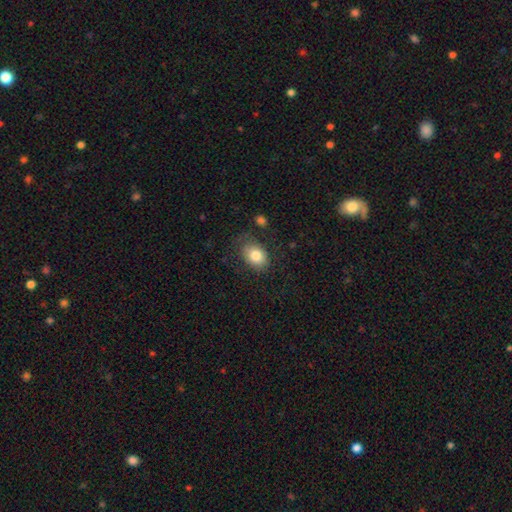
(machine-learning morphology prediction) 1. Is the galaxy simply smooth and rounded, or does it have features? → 81% smooth, 11% featured or disk, 8% star or artifact.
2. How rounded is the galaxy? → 75% in between, 24% round, 1% cigar-shaped.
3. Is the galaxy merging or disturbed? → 70% none, 19% minor disturbance, 8% major disturbance, 3% merger.